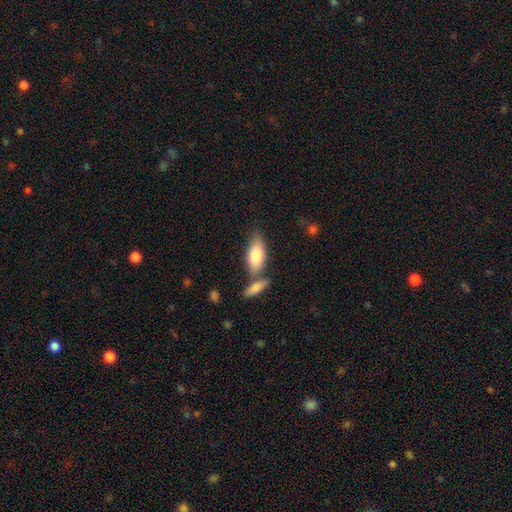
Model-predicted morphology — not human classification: Overall: smooth (81%). How rounded: in between (84%). Merging: none (52%; merger 31%).